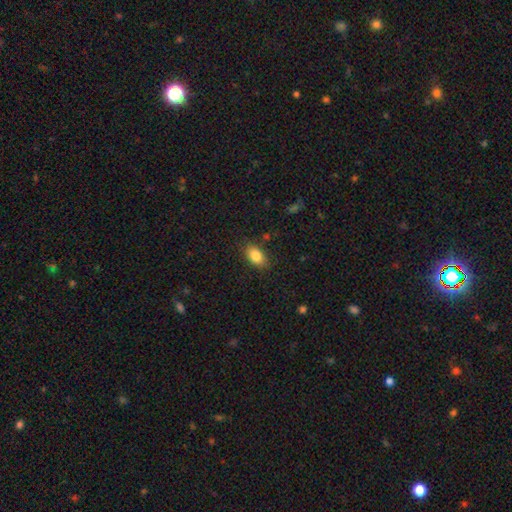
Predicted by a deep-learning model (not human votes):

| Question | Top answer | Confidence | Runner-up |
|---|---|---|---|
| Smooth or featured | smooth | 85% | star or artifact (8%) |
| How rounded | in between | 89% | round (9%) |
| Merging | none | 84% | minor disturbance (11%) |